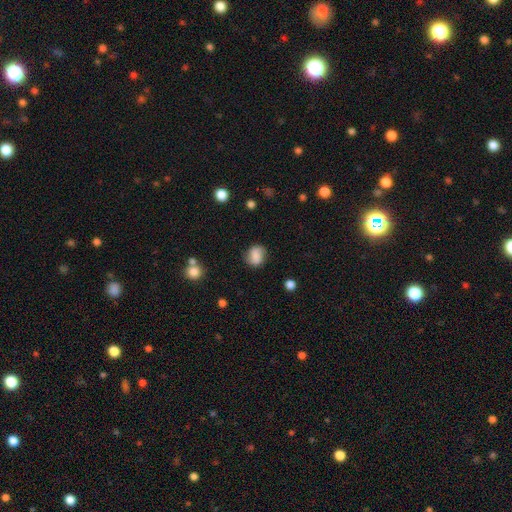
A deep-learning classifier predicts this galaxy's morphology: smooth_or_featured: smooth (p=0.79) [alt: featured or disk p=0.12]
how_rounded: round (p=0.53) [alt: in between p=0.46]
merging: none (p=0.75) [alt: minor disturbance p=0.17]